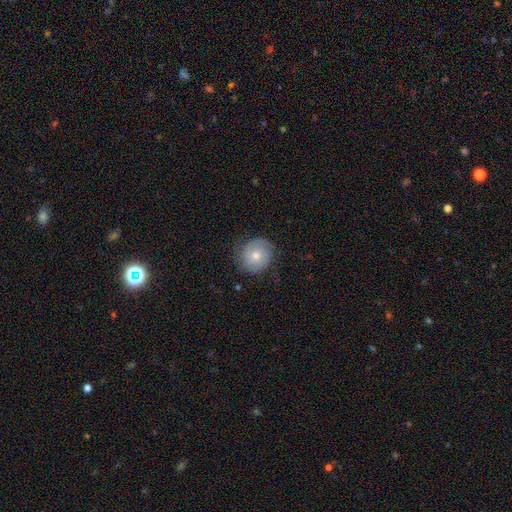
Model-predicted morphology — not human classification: Smooth or featured?
  - featured or disk: 56% *
  - smooth: 35%
  - star or artifact: 9%
Edge-on disk?
  - no: 97% *
  - yes: 3%
Bar?
  - no: 83% *
  - weak: 14%
  - strong: 3%
Spiral arms?
  - yes: 81% *
  - no: 19%
Bulge size?
  - moderate: 63% *
  - small: 33%
  - large: 2%
  - none: 1%
  - dominant: 1%
Merging?
  - none: 78% *
  - minor disturbance: 16%
  - major disturbance: 5%
  - merger: 1%